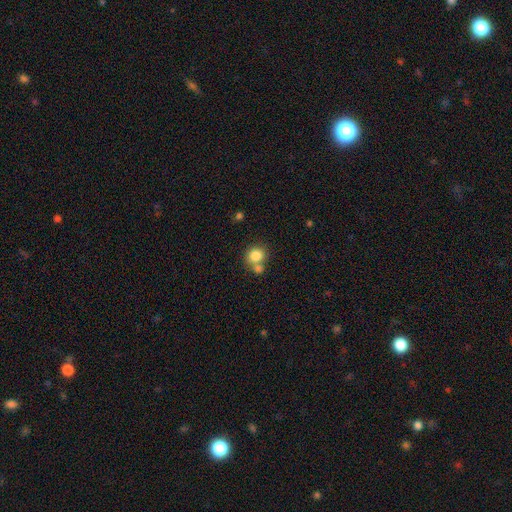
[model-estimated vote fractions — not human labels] The model was most divided on "merging": none: 51%, merger: 34%, minor disturbance: 10%, major disturbance: 4%. More confident: smooth or featured — smooth (83%); how rounded — round (76%).